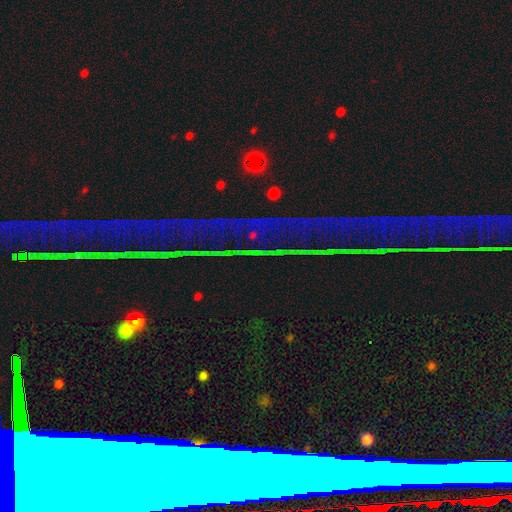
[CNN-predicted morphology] Smooth or featured: star or artifact — 80% (featured or disk — 11%)